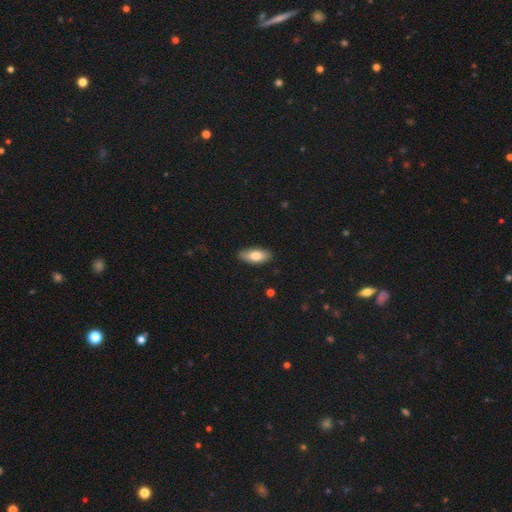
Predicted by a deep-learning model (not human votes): Smooth or featured: smooth — 78% (featured or disk — 16%)
How rounded: in between — 83% (cigar-shaped — 15%)
Merging: none — 87% (minor disturbance — 10%)